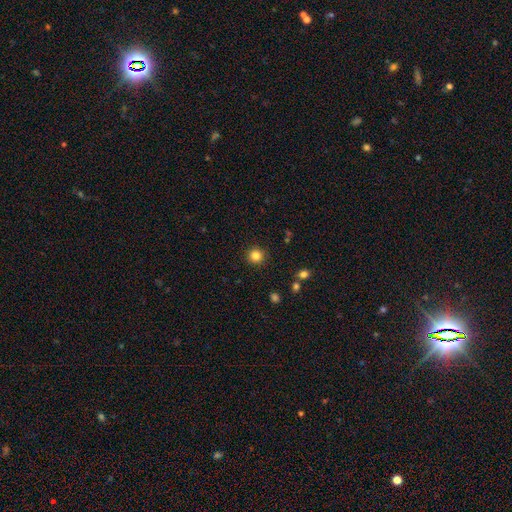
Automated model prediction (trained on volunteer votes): The model was most divided on "smooth or featured": smooth: 84%, star or artifact: 12%, featured or disk: 5%. More confident: how rounded — round (94%); merging — none (91%).